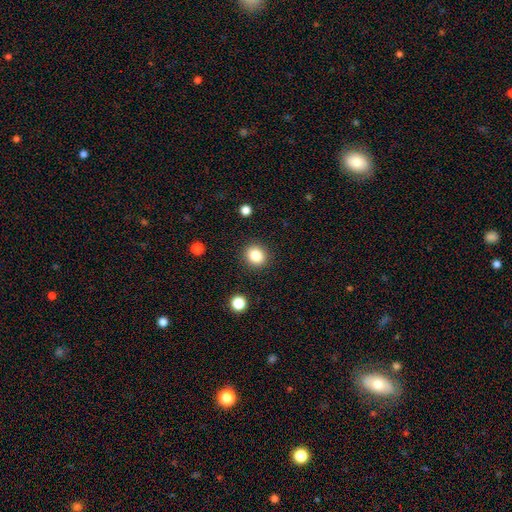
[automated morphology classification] Smooth or featured? smooth (84%)
How rounded? round (80%)
Merging? none (90%)